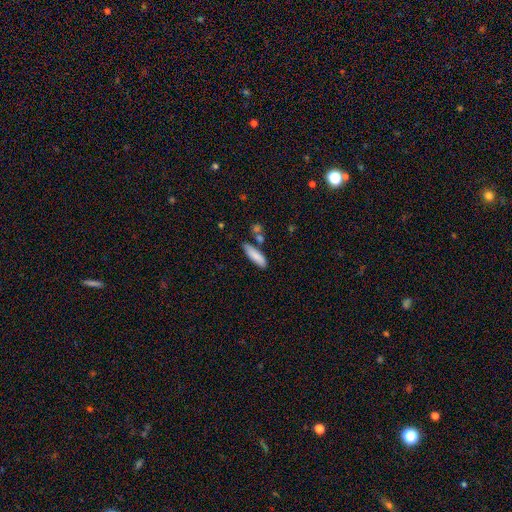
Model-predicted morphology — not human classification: smooth_or_featured: smooth (p=0.84) [alt: featured or disk p=0.09]
how_rounded: cigar-shaped (p=0.58) [alt: in between p=0.40]
merging: none (p=0.70) [alt: minor disturbance p=0.18]